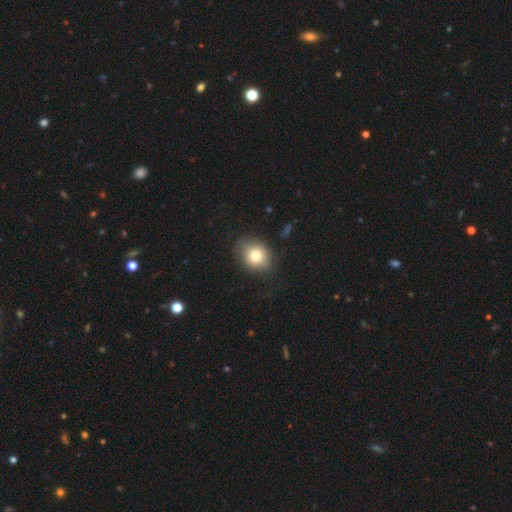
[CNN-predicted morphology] Smooth or featured? Predicted: smooth (p=0.79). How rounded? Predicted: round (p=0.58). Merging? Predicted: none (p=0.78).